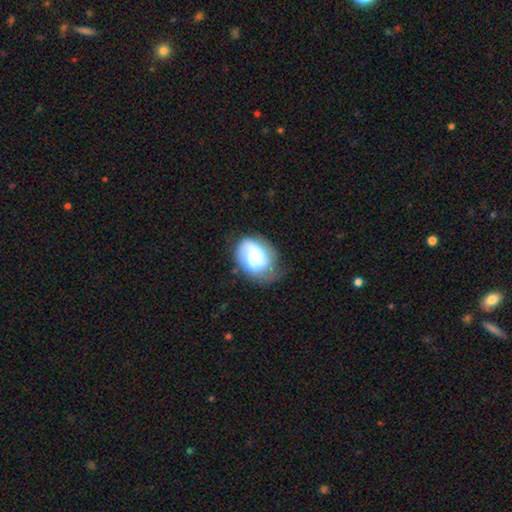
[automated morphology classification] smooth 60%, featured or disk 32%, star or artifact 8%. Down the decision tree: how rounded — in between (67%); merging — none (44%).